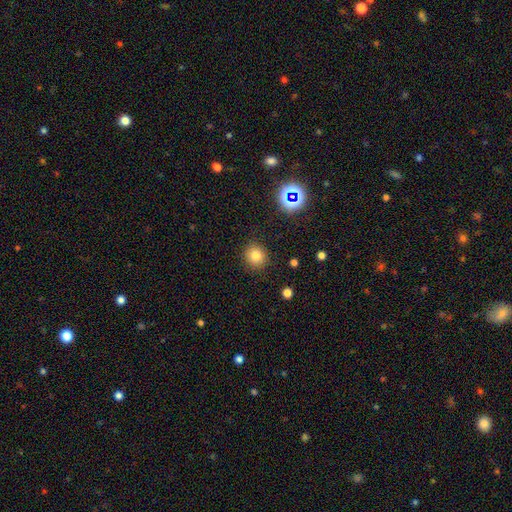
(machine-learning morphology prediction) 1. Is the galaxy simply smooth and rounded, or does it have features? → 77% smooth, 15% star or artifact, 8% featured or disk.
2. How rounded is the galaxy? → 88% round, 11% in between, 1% cigar-shaped.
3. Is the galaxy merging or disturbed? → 88% none, 7% minor disturbance, 3% major disturbance, 1% merger.